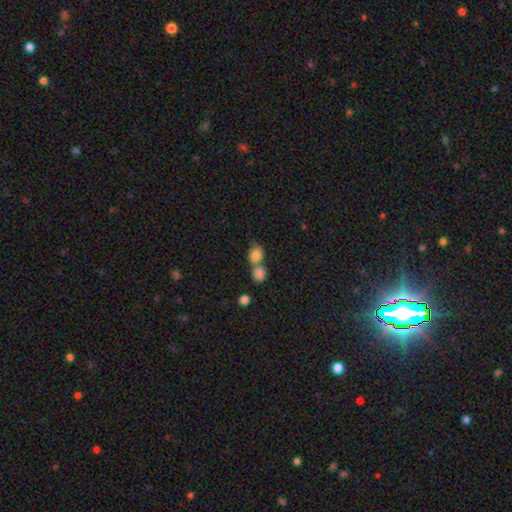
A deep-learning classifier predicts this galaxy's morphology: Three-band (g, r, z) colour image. It shows a smooth galaxy with no disk features (81%) that is round (53%). Merging: merger (56%).